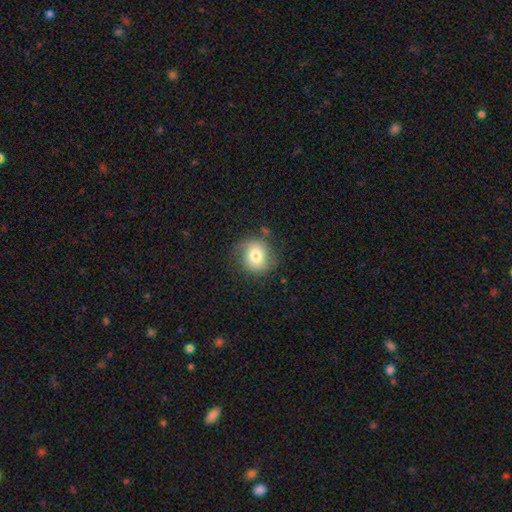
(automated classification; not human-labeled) smooth 74%, featured or disk 17%, star or artifact 10%. Down the decision tree: how rounded — round (81%); merging — none (74%).